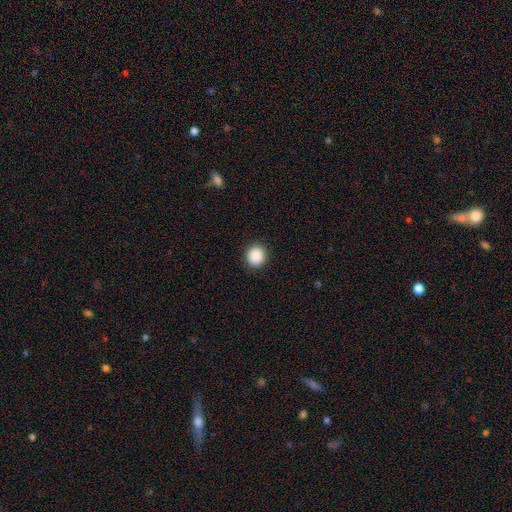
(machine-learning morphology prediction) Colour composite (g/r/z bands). It shows a smooth galaxy with no disk features (89%) that is round (86%). Merging: none (92%).